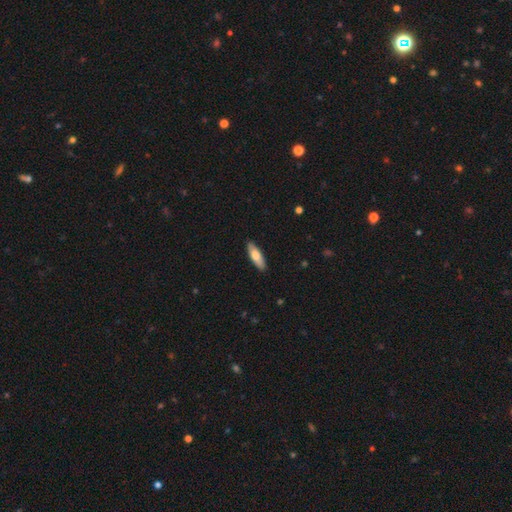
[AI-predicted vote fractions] Overall: smooth (73%). How rounded: in between (52%; cigar-shaped 46%). Merging: none (89%).